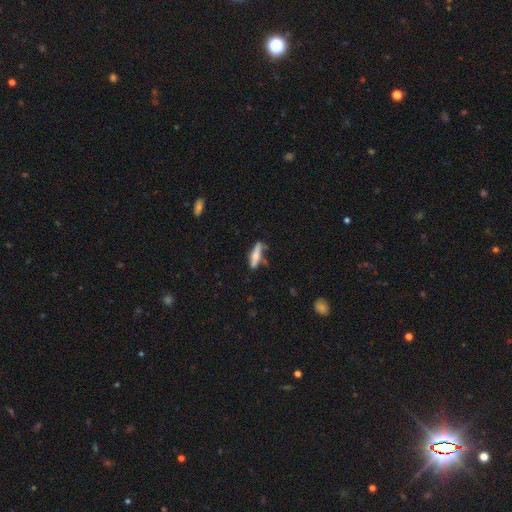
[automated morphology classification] smooth-or-featured: smooth: 59% | featured or disk: 34% | star or artifact: 7%
  how-rounded: cigar-shaped: 73% | in between: 24% | round: 2%
  merging: none: 63% | minor disturbance: 23% | merger: 8% | major disturbance: 7%